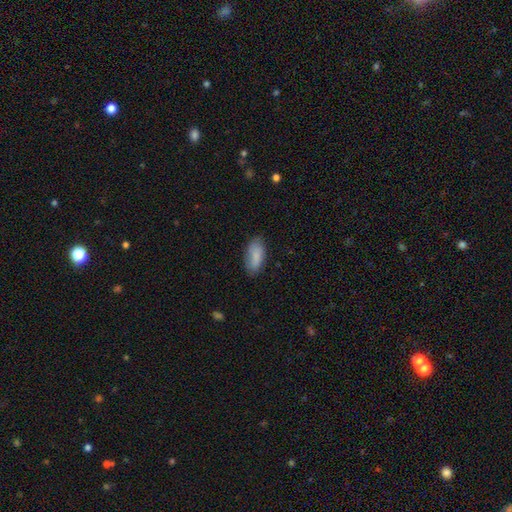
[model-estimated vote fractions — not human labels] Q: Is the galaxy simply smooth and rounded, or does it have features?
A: smooth — 85%.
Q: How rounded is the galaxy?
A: in between — 91%.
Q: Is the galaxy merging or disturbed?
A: none — 79%.